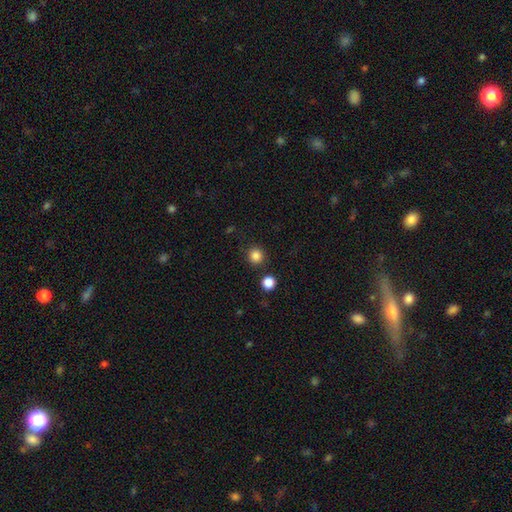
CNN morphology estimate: The model was most divided on "smooth or featured": smooth: 85%, star or artifact: 12%, featured or disk: 3%. More confident: how rounded — round (94%); merging — none (87%).